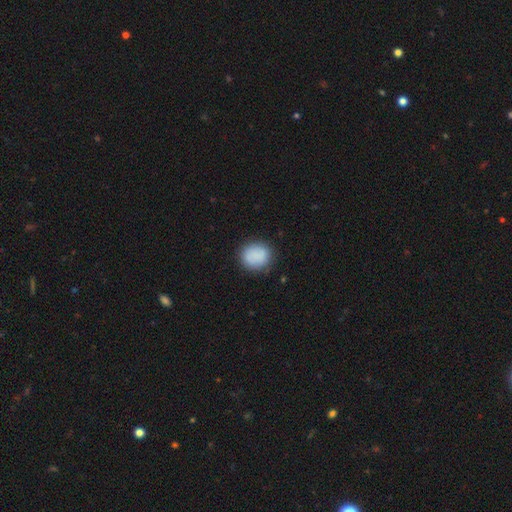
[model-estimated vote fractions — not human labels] smooth-or-featured: smooth: 87% | star or artifact: 7% | featured or disk: 5%
  how-rounded: round: 75% | in between: 24% | cigar-shaped: 1%
  merging: none: 85% | minor disturbance: 11% | major disturbance: 3% | merger: 1%